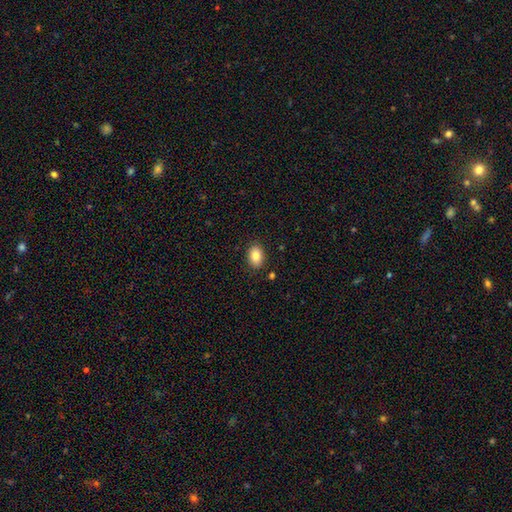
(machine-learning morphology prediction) Smooth or featured? smooth (85%)
How rounded? in between (84%)
Merging? none (87%)